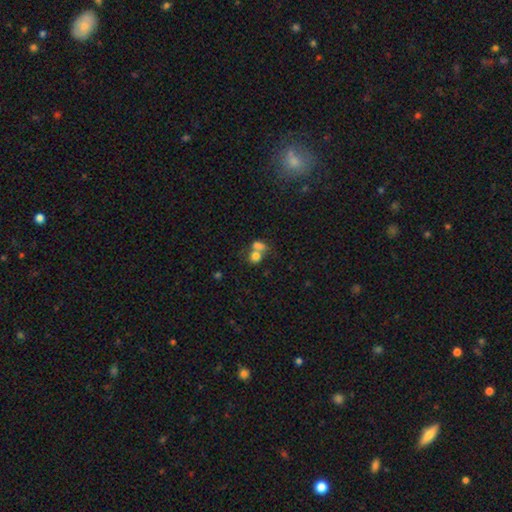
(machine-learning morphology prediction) Smooth or featured: smooth — 75% (featured or disk — 13%)
How rounded: round — 62% (in between — 36%)
Merging: merger — 62% (none — 27%)